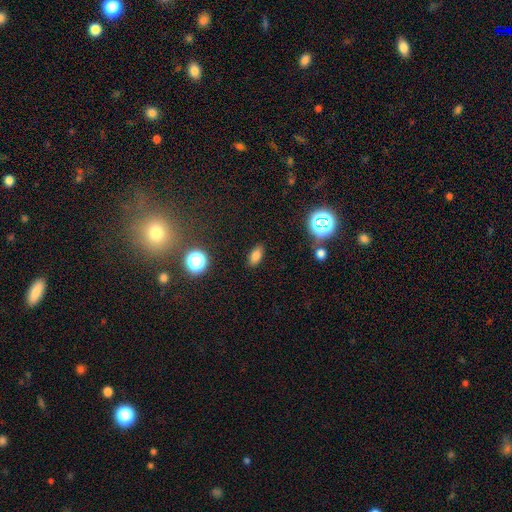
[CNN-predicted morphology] smooth 78%, star or artifact 15%, featured or disk 7%. Down the decision tree: how rounded — in between (86%); merging — none (87%).